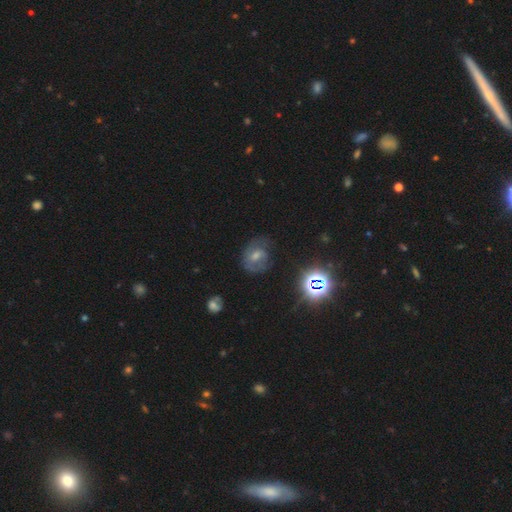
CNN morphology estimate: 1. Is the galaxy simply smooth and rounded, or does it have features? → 48% featured or disk, 27% smooth, 25% star or artifact.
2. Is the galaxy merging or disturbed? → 64% none, 22% minor disturbance, 12% major disturbance, 2% merger.